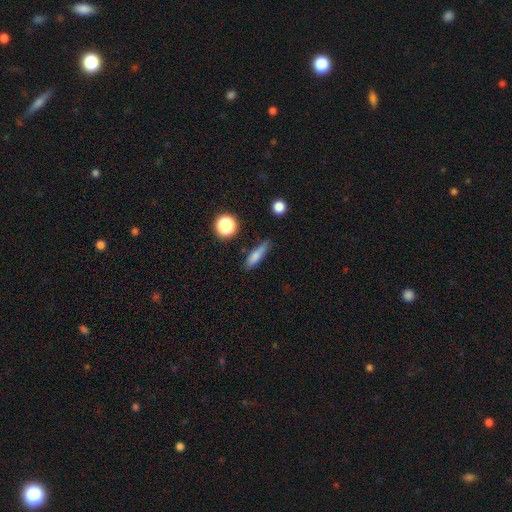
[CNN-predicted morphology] Overall: smooth (76%). How rounded: cigar-shaped (68%). Merging: none (71%).